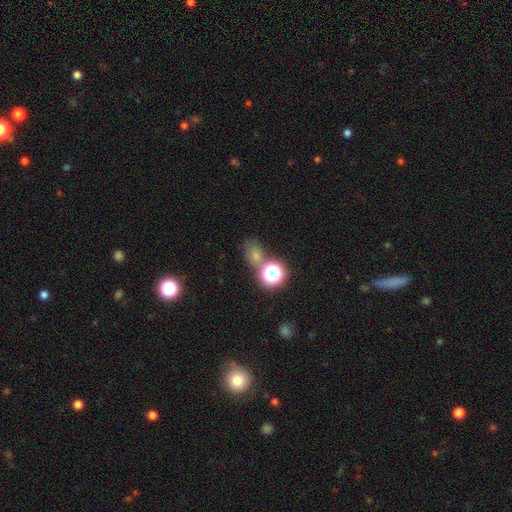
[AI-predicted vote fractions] Morphology: type=smooth (62%); roundness=round (54%); merging=none (55%).